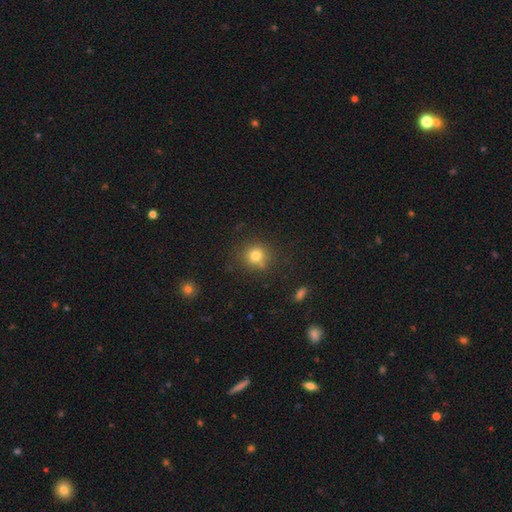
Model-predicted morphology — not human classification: Smooth or featured?
  - smooth: 79% *
  - star or artifact: 13%
  - featured or disk: 8%
How rounded?
  - round: 88% *
  - in between: 11%
  - cigar-shaped: 1%
Merging?
  - none: 75% *
  - minor disturbance: 13%
  - merger: 8%
  - major disturbance: 4%